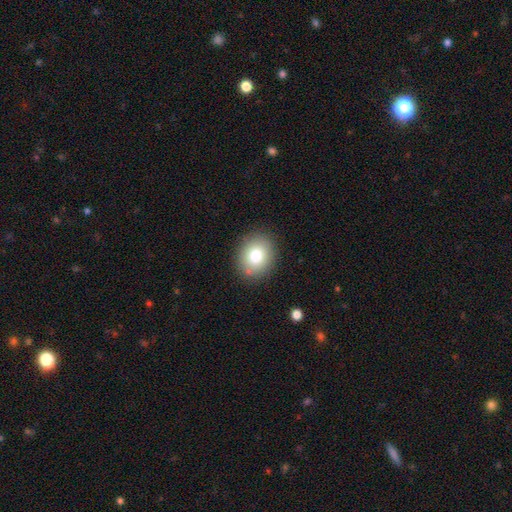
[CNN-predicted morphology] Overall: smooth (80%). How rounded: round (53%; in between 46%). Merging: none (86%).